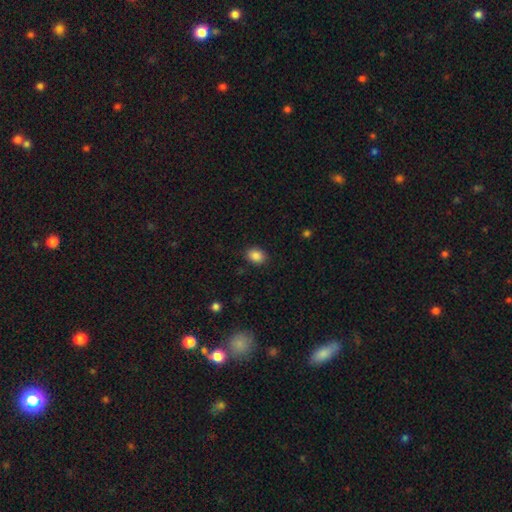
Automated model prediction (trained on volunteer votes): Smooth or featured? Predicted: smooth (p=0.87). How rounded? Predicted: in between (p=0.64). Merging? Predicted: none (p=0.88).